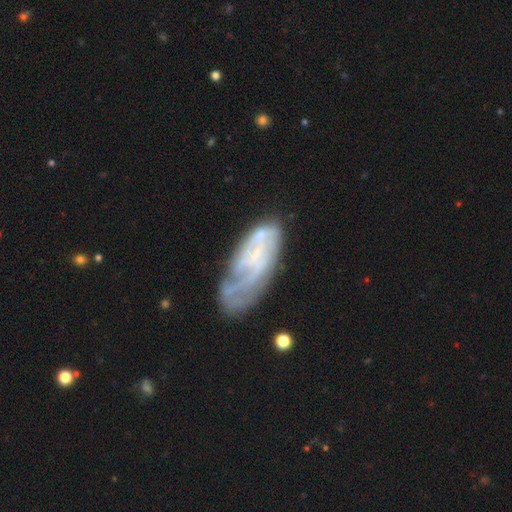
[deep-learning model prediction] Smooth or featured? featured or disk (73%)
Edge-on disk? no (92%)
Bar? no (57%)
Spiral arms? yes (75%)
Spiral winding? tight (43%)
Spiral arm count? can't tell (42%)
Bulge size? small (58%)
Merging? none (44%)